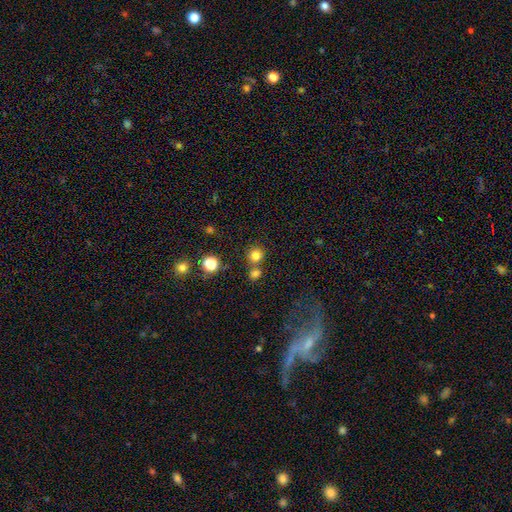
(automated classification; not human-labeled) Smooth or featured?
  - smooth: 79% *
  - star or artifact: 15%
  - featured or disk: 6%
How rounded?
  - round: 91% *
  - in between: 8%
  - cigar-shaped: 1%
Merging?
  - none: 68% *
  - merger: 22%
  - minor disturbance: 7%
  - major disturbance: 3%